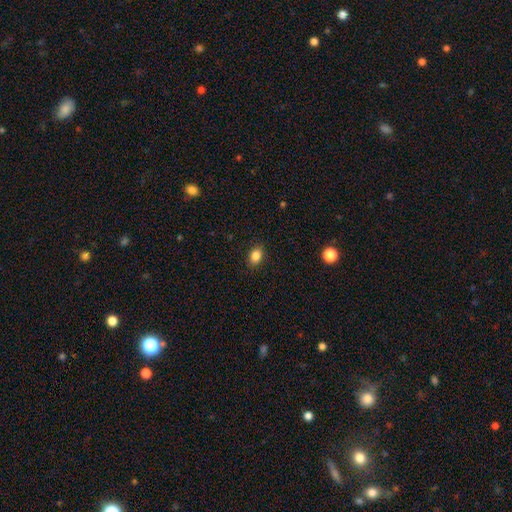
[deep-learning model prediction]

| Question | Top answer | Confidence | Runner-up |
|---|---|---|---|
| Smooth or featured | smooth | 85% | star or artifact (9%) |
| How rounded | in between | 78% | round (21%) |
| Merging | none | 88% | minor disturbance (9%) |